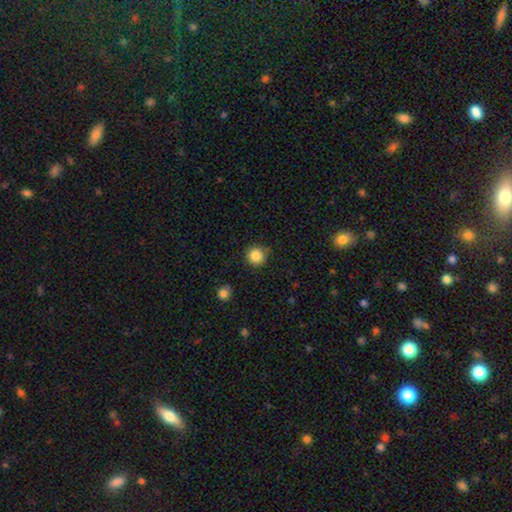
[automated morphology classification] The model was most divided on "smooth or featured": smooth: 86%, star or artifact: 10%, featured or disk: 4%. More confident: how rounded — round (95%); merging — none (87%).